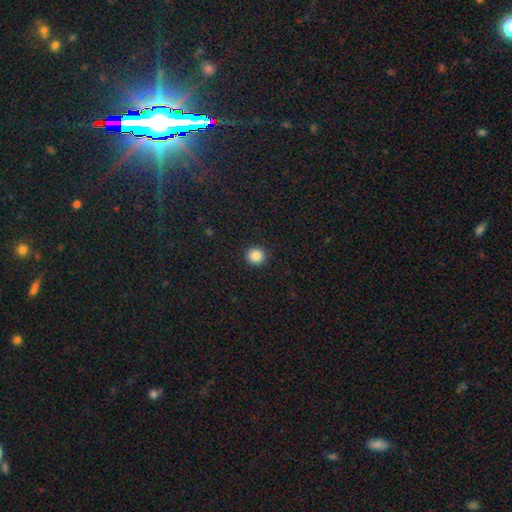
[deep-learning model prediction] A smooth galaxy with no disk features (86%) that is round (93%).

Vote fractions:
- Smooth or featured? smooth: 86% / star or artifact: 10% / featured or disk: 3%
- How rounded? round: 93% / in between: 7% / cigar-shaped: 1%
- Merging? none: 92% / minor disturbance: 5% / major disturbance: 2% / merger: 1%